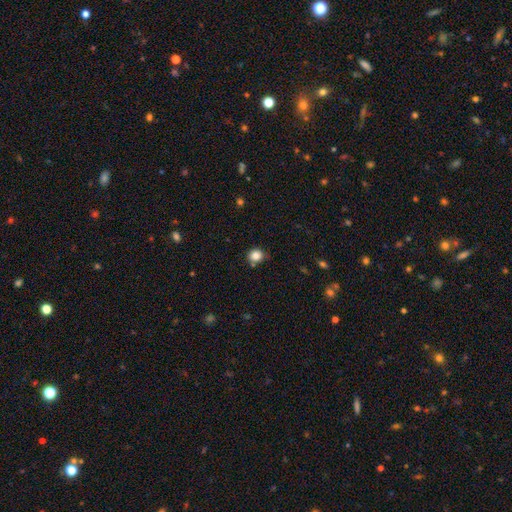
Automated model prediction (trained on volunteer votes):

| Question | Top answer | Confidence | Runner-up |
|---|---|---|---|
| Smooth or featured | smooth | 83% | star or artifact (11%) |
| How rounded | round | 81% | in between (18%) |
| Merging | none | 74% | minor disturbance (16%) |